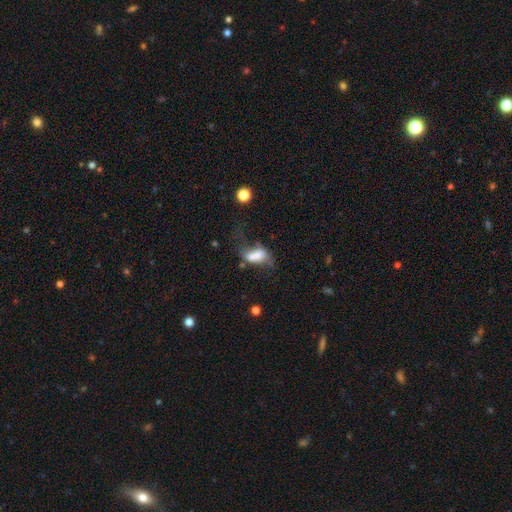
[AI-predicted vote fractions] Morphology: type=smooth (52%); roundness=in between (82%); merging=merger (32%).